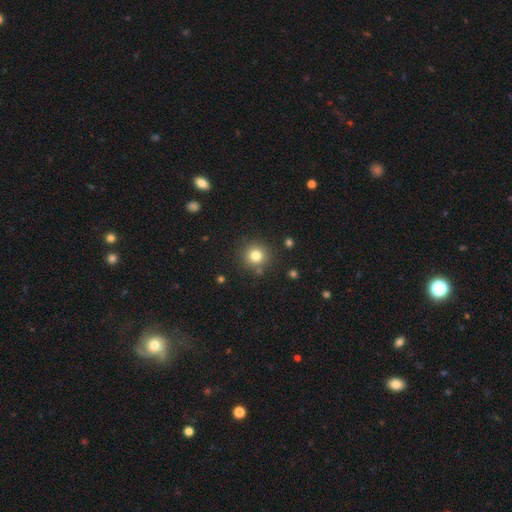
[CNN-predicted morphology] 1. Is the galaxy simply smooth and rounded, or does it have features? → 80% smooth, 13% star or artifact, 7% featured or disk.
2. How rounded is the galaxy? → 94% round, 5% in between, 1% cigar-shaped.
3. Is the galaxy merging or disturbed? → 87% none, 8% minor disturbance, 3% merger, 3% major disturbance.